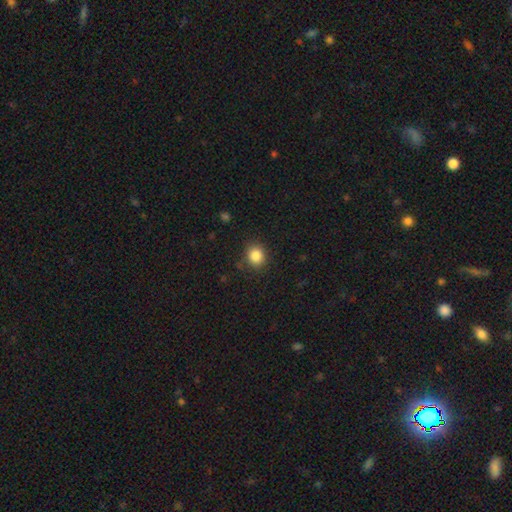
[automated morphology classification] Smooth or featured? Predicted: smooth (p=0.85). How rounded? Predicted: round (p=0.78). Merging? Predicted: none (p=0.87).